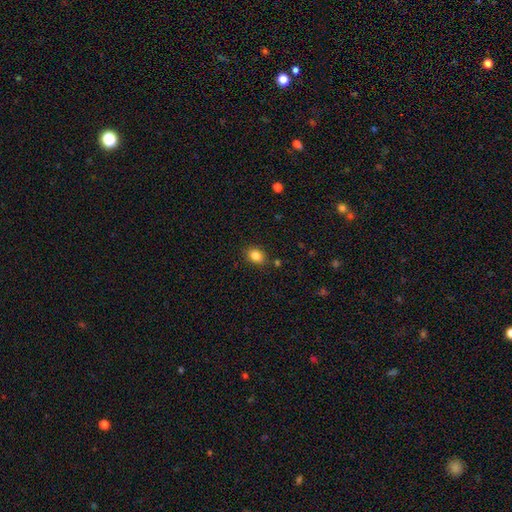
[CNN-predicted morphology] smooth 85%, star or artifact 10%, featured or disk 5%. Down the decision tree: how rounded — in between (65%); merging — none (84%).